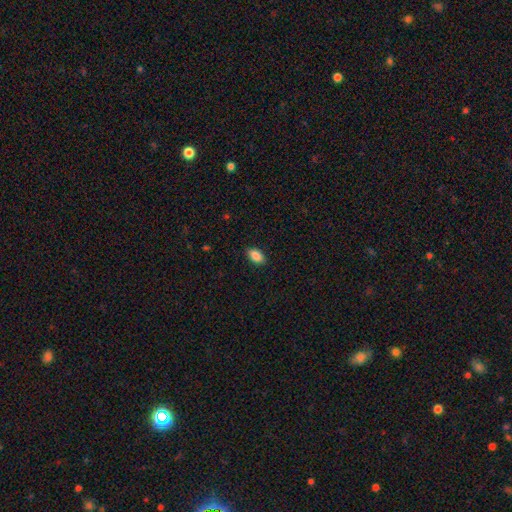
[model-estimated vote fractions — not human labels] Smooth or featured? Predicted: smooth (p=0.88). How rounded? Predicted: in between (p=0.90). Merging? Predicted: none (p=0.87).